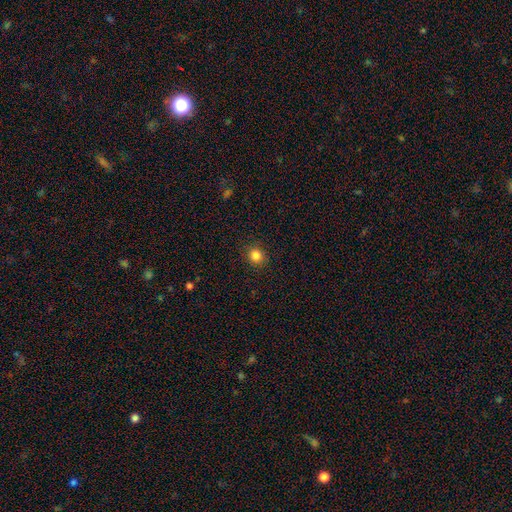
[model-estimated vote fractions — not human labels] Smooth or featured? smooth (84%)
How rounded? round (88%)
Merging? none (90%)